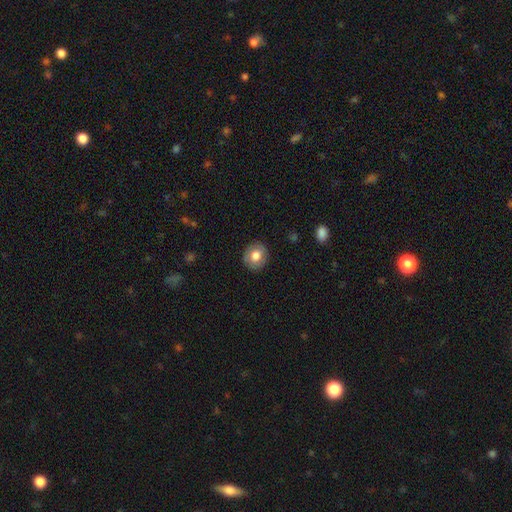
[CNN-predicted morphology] Smooth or featured: smooth — 73% (featured or disk — 20%)
How rounded: round — 76% (in between — 23%)
Merging: none — 86% (minor disturbance — 10%)